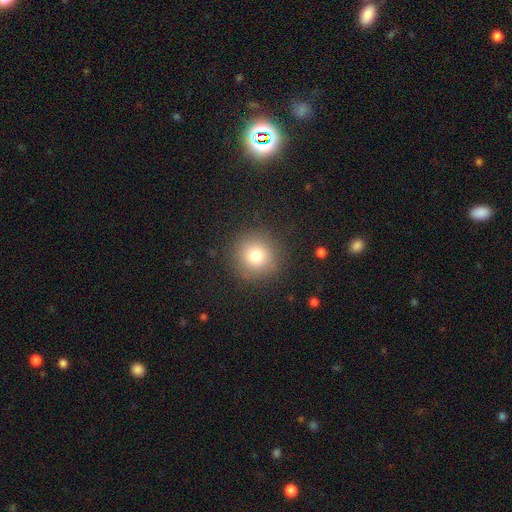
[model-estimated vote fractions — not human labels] A smooth galaxy with no disk features (77%) that is round (94%).

Vote fractions:
- Smooth or featured? smooth: 77% / star or artifact: 13% / featured or disk: 10%
- How rounded? round: 94% / in between: 5% / cigar-shaped: 1%
- Merging? none: 88% / minor disturbance: 8% / major disturbance: 3% / merger: 1%